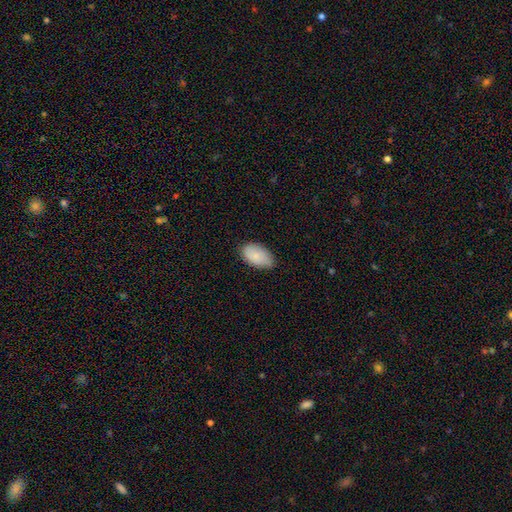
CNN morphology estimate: This appears to be a smooth galaxy with no disk features (85%) that is in between round and cigar-shaped (94%). Merging: none (75%).